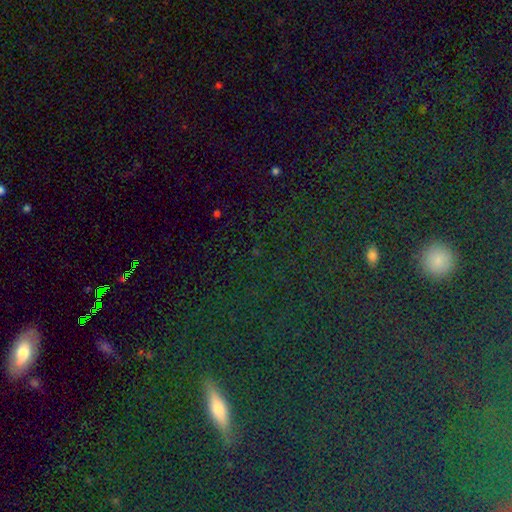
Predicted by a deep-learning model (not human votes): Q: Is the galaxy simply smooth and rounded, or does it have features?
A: star or artifact — 59%.